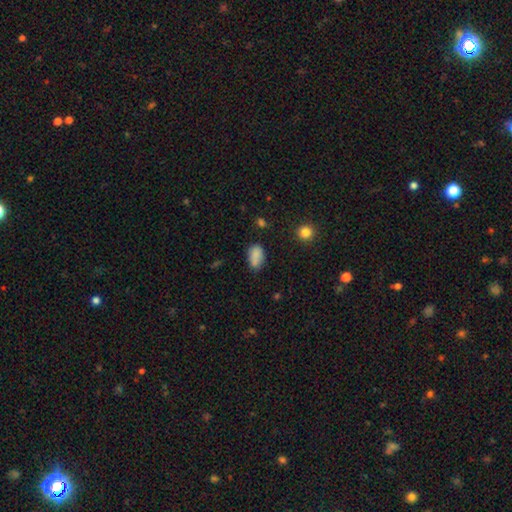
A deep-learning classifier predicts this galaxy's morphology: Smooth or featured? smooth (81%)
How rounded? in between (87%)
Merging? none (53%)